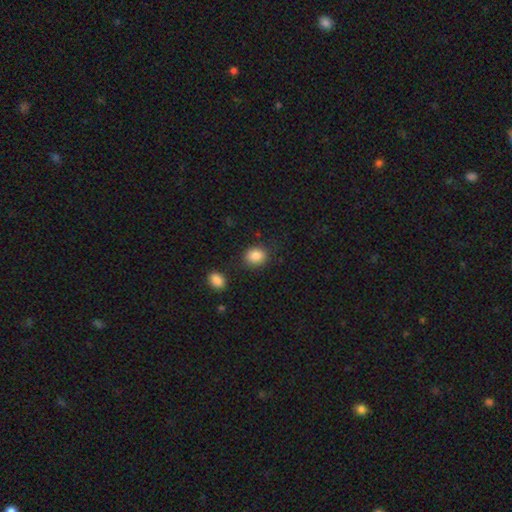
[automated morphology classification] type=smooth (86%); roundness=round (57%); merging=none (80%).